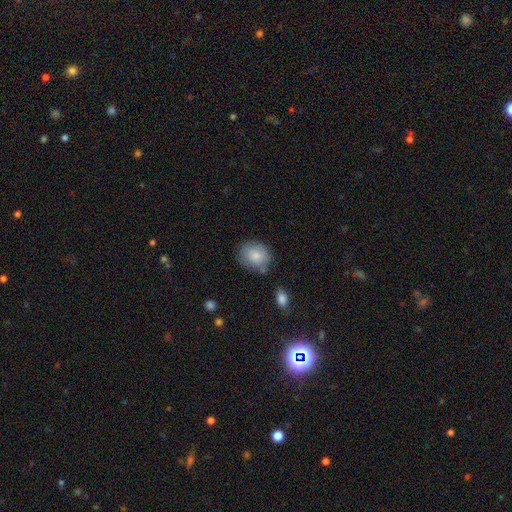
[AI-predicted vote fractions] The model was most divided on "how rounded": round: 69%, in between: 30%, cigar-shaped: 1%. More confident: smooth or featured — smooth (80%); merging — none (68%).